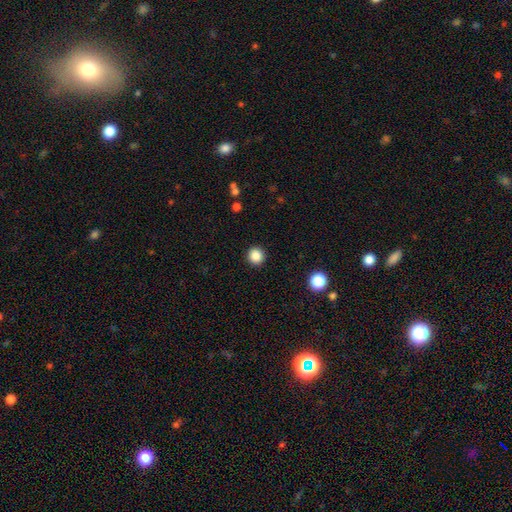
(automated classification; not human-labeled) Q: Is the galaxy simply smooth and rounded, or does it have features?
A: smooth — 86%.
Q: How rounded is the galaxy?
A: round — 94%.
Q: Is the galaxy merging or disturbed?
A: none — 93%.